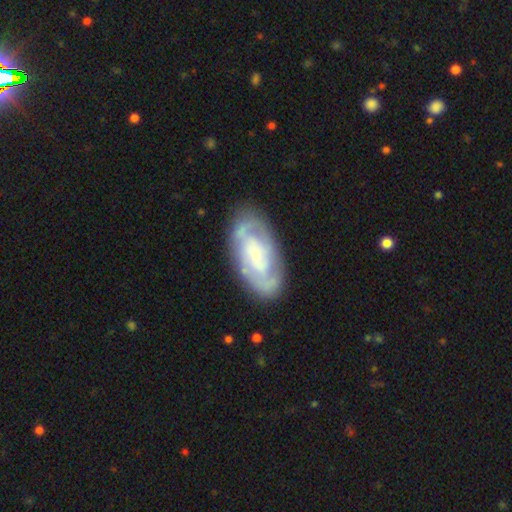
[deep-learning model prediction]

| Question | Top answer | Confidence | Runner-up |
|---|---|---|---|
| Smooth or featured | featured or disk | 76% | smooth (19%) |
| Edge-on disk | no | 95% | yes (5%) |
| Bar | no | 52% | weak (35%) |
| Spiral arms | yes | 85% | no (15%) |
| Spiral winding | tight | 55% | medium (34%) |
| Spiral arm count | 2 | 51% | can't tell (31%) |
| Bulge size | small | 62% | moderate (24%) |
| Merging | none | 77% | minor disturbance (16%) |